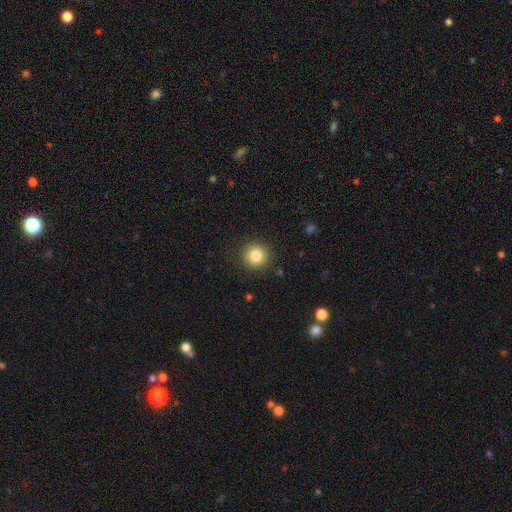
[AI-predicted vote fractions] Smooth or featured?
  - smooth: 84% *
  - star or artifact: 10%
  - featured or disk: 6%
How rounded?
  - round: 93% *
  - in between: 6%
  - cigar-shaped: 1%
Merging?
  - none: 89% *
  - minor disturbance: 7%
  - major disturbance: 2%
  - merger: 1%